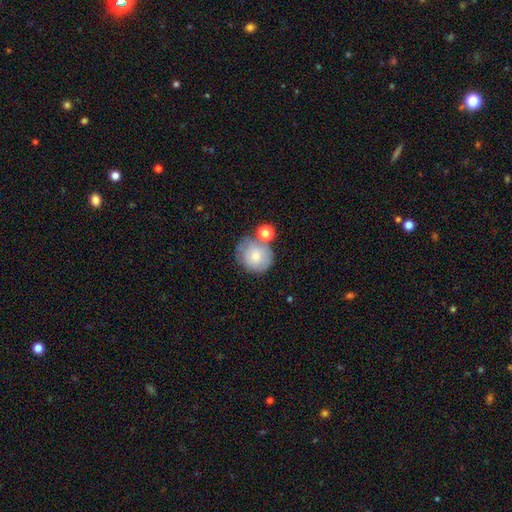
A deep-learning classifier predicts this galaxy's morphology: Overall: smooth (74%). How rounded: round (80%). Merging: none (51%; merger 22%).